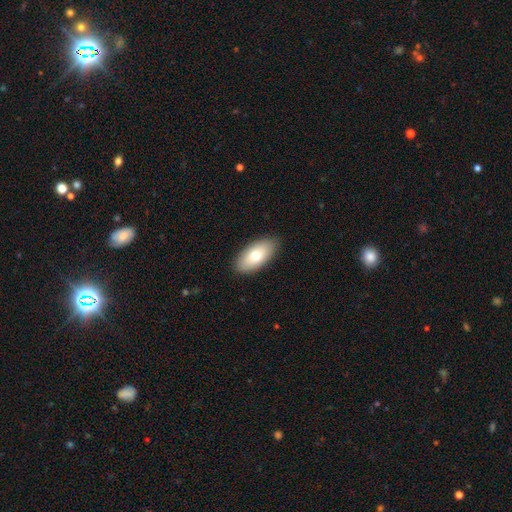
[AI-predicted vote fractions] Morphology: type=smooth (75%); roundness=in between (93%); merging=none (88%).